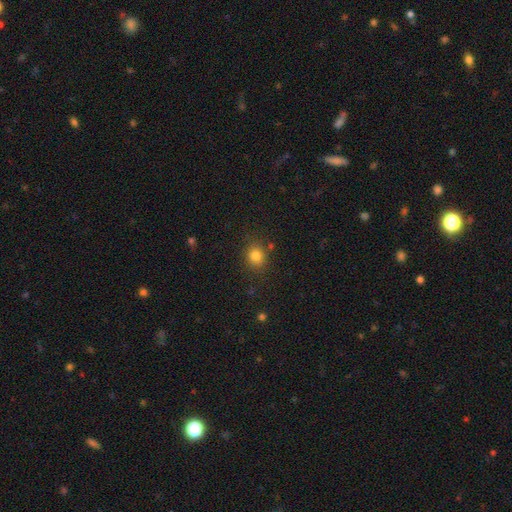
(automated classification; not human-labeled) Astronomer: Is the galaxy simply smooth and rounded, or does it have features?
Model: smooth — 81%.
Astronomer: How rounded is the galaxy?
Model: round — 72%.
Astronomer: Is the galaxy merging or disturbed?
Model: none — 83%.